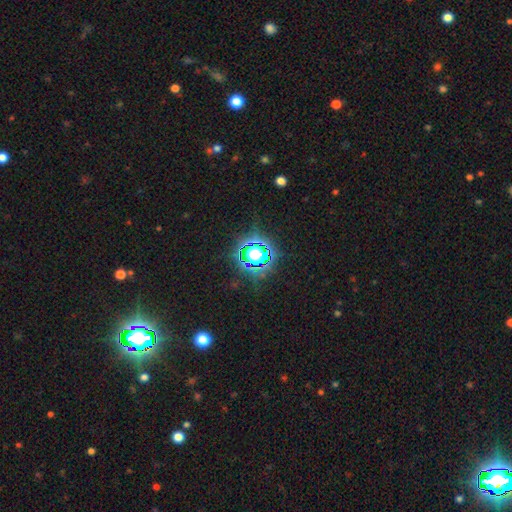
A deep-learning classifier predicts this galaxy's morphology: Smooth or featured: star or artifact — 66% (smooth — 23%)